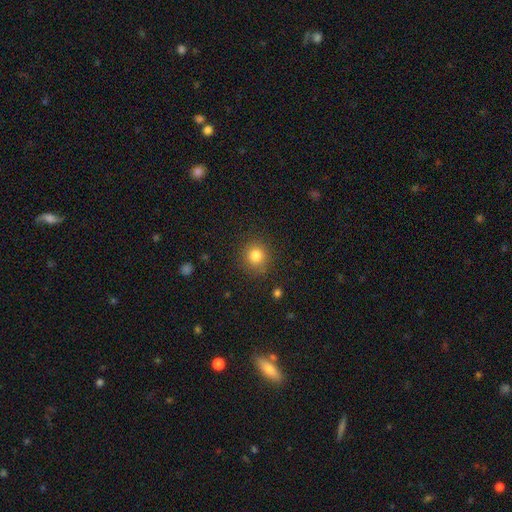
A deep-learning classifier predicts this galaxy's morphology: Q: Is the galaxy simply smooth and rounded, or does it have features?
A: smooth — 82%.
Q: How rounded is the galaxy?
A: round — 89%.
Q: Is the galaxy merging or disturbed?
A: none — 87%.